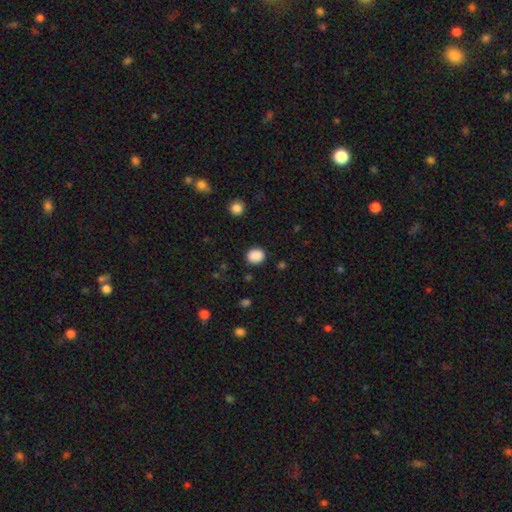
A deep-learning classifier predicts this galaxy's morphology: smooth_or_featured: smooth (p=0.88) [alt: star or artifact p=0.09]
how_rounded: round (p=0.74) [alt: in between p=0.25]
merging: none (p=0.88) [alt: minor disturbance p=0.08]